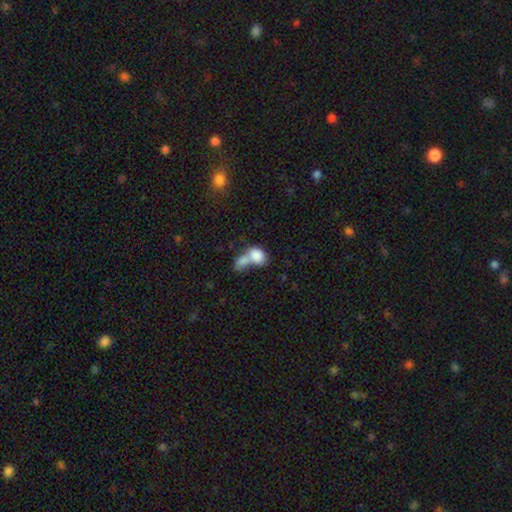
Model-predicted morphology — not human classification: smooth_or_featured: smooth (p=0.81) [alt: featured or disk p=0.12]
how_rounded: in between (p=0.74) [alt: round p=0.24]
merging: merger (p=0.72) [alt: none p=0.15]